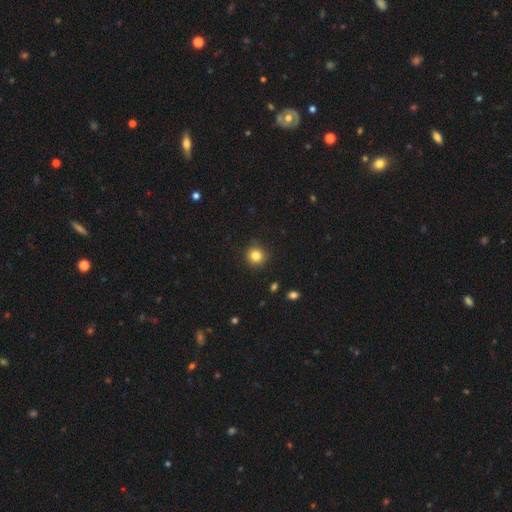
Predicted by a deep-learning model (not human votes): A smooth galaxy with no disk features (83%) that is round (93%).

Vote fractions:
- Smooth or featured? smooth: 83% / star or artifact: 12% / featured or disk: 6%
- How rounded? round: 93% / in between: 6% / cigar-shaped: 1%
- Merging? none: 90% / minor disturbance: 7% / major disturbance: 2% / merger: 1%